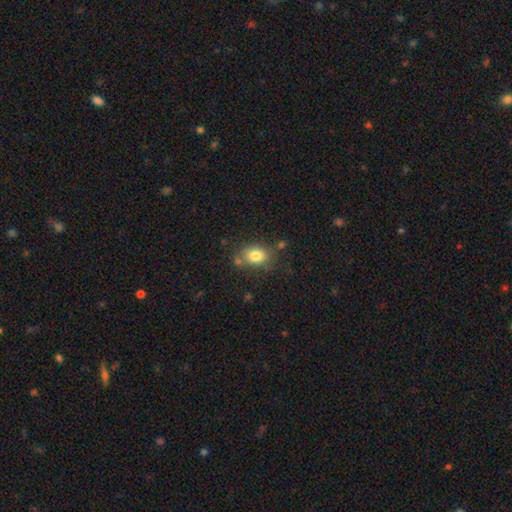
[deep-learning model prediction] Smooth or featured? Predicted: smooth (p=0.80). How rounded? Predicted: in between (p=0.66). Merging? Predicted: none (p=0.68).